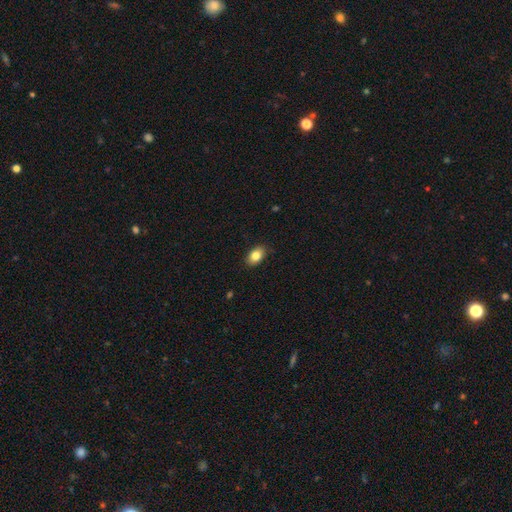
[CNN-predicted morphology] Smooth or featured? smooth (84%)
How rounded? in between (87%)
Merging? none (88%)